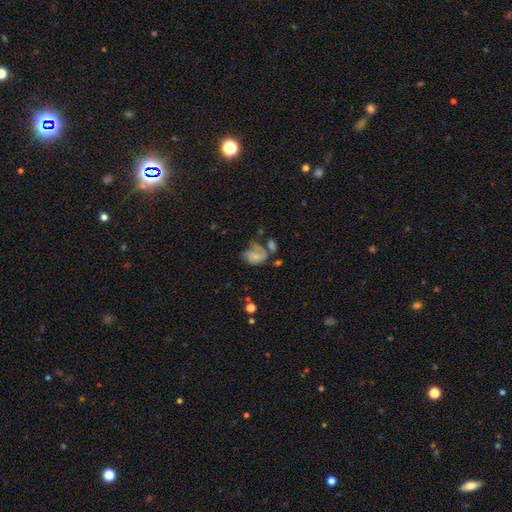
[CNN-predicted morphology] smooth-or-featured: smooth: 55% | featured or disk: 35% | star or artifact: 10%
  how-rounded: in between: 72% | round: 27% | cigar-shaped: 1%
  merging: major disturbance: 31% | none: 26% | minor disturbance: 24% | merger: 19%